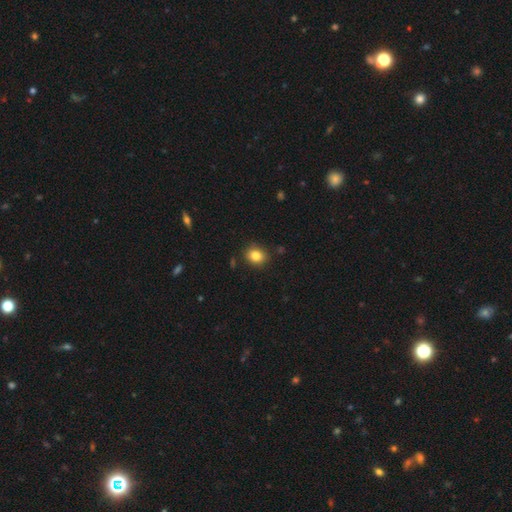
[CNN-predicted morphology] This appears to be a smooth galaxy with no disk features (84%) that is round (64%). Merging: none (86%).